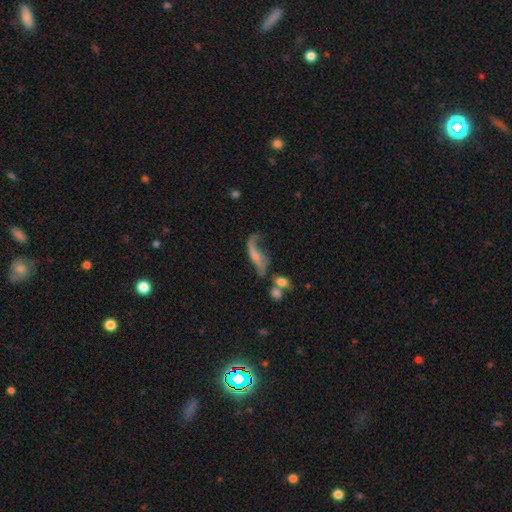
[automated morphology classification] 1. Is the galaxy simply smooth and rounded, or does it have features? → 59% featured or disk, 31% smooth, 11% star or artifact.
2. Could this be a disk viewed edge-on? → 80% no, 20% yes.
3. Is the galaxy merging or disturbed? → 32% major disturbance, 30% none, 19% merger, 19% minor disturbance.